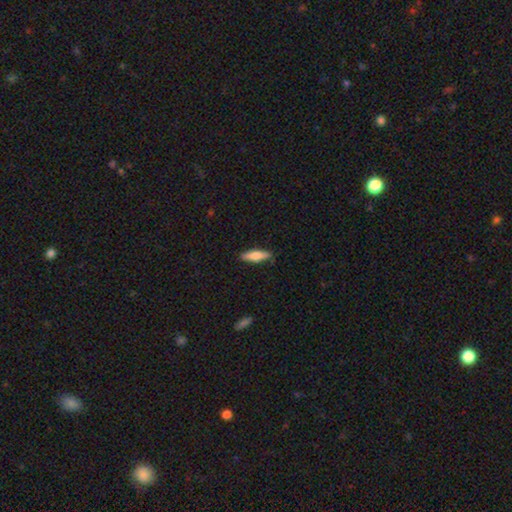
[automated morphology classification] smooth_or_featured: smooth (p=0.76) [alt: featured or disk p=0.19]
how_rounded: cigar-shaped (p=0.61) [alt: in between p=0.37]
merging: none (p=0.85) [alt: minor disturbance p=0.12]